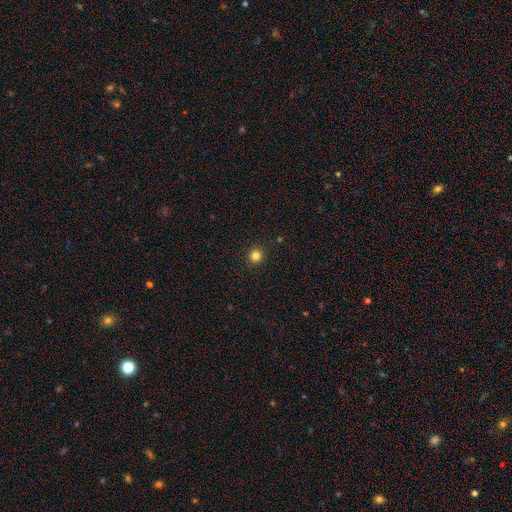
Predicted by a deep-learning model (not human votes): Morphology: type=smooth (82%); roundness=round (95%); merging=none (93%).